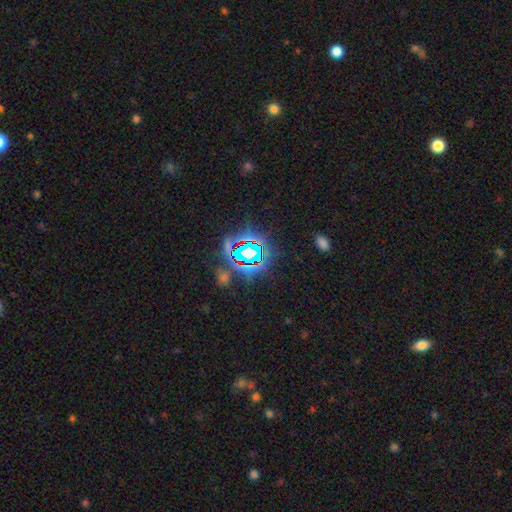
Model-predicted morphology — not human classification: Smooth or featured? star or artifact (76%)